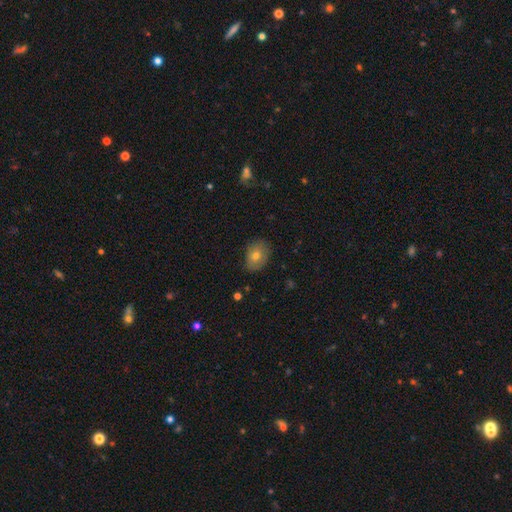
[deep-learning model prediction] smooth-or-featured: smooth: 74% | featured or disk: 17% | star or artifact: 10%
  how-rounded: in between: 70% | round: 29% | cigar-shaped: 1%
  merging: none: 82% | minor disturbance: 14% | major disturbance: 3% | merger: 1%